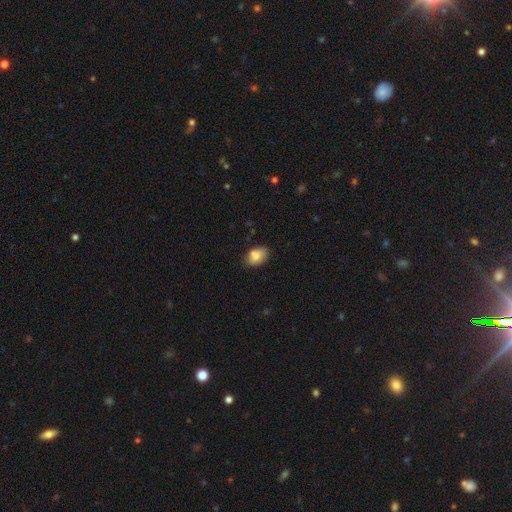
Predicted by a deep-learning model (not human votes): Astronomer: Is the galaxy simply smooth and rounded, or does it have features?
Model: smooth — 81%.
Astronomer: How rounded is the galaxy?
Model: in between — 85%.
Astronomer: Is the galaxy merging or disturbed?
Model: none — 67%.